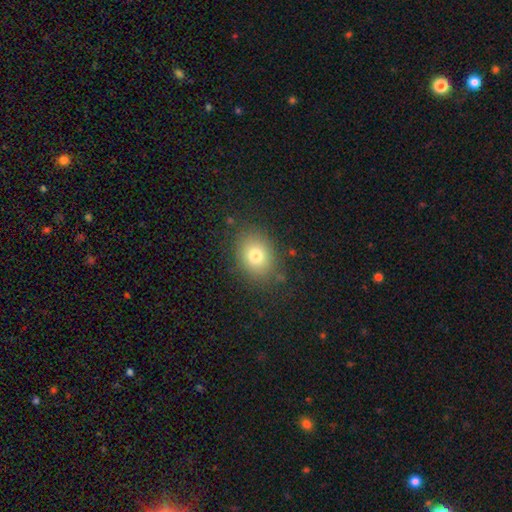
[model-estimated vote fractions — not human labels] A smooth galaxy with no disk features (76%) that is in between round and cigar-shaped (53%). Merging: none (81%).